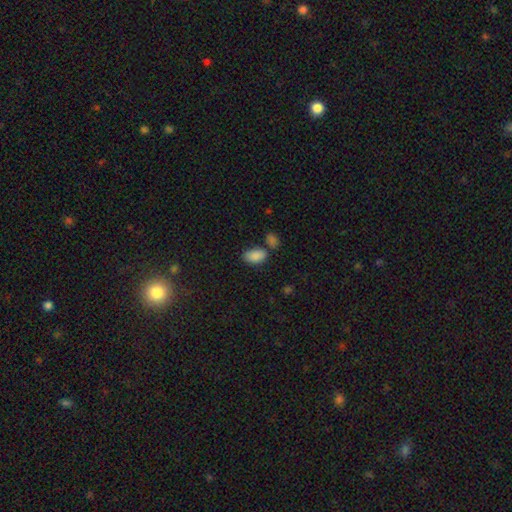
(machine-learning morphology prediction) Smooth or featured?
  - smooth: 86% *
  - star or artifact: 8%
  - featured or disk: 5%
How rounded?
  - in between: 93% *
  - round: 5%
  - cigar-shaped: 2%
Merging?
  - none: 65% *
  - minor disturbance: 16%
  - merger: 14%
  - major disturbance: 4%